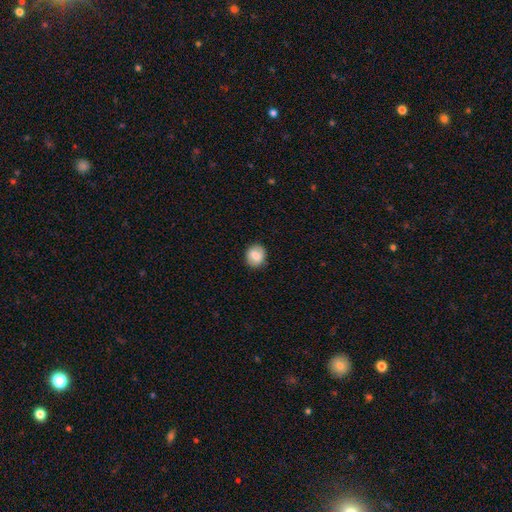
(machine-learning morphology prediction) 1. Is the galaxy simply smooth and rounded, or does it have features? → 77% smooth, 15% featured or disk, 8% star or artifact.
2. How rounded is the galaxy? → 73% round, 26% in between, 1% cigar-shaped.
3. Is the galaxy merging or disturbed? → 85% none, 11% minor disturbance, 3% major disturbance, 1% merger.